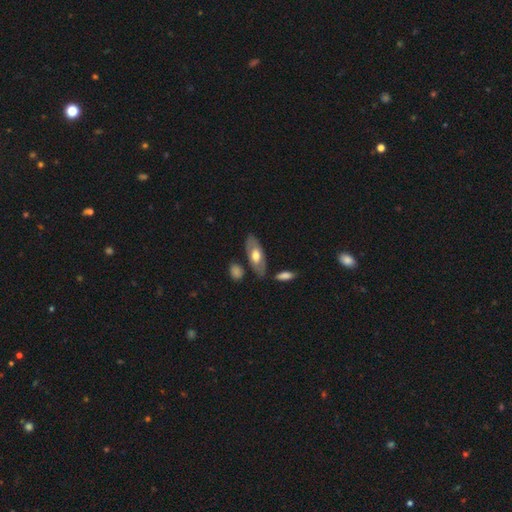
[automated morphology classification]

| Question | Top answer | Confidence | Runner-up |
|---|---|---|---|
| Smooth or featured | smooth | 52% | featured or disk (43%) |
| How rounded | in between | 82% | cigar-shaped (15%) |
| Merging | none | 77% | minor disturbance (14%) |